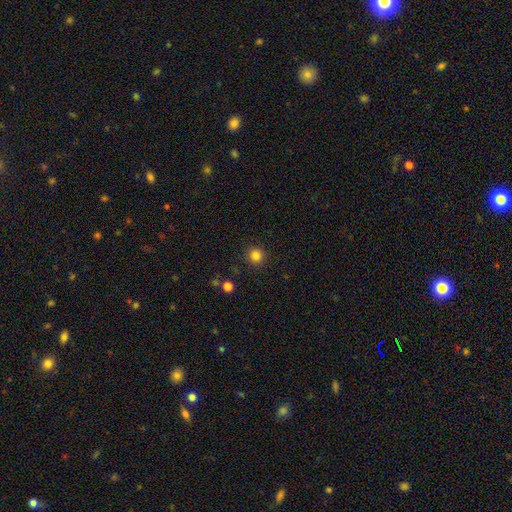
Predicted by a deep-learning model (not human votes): Smooth or featured? Predicted: smooth (p=0.82). How rounded? Predicted: round (p=0.94). Merging? Predicted: none (p=0.90).